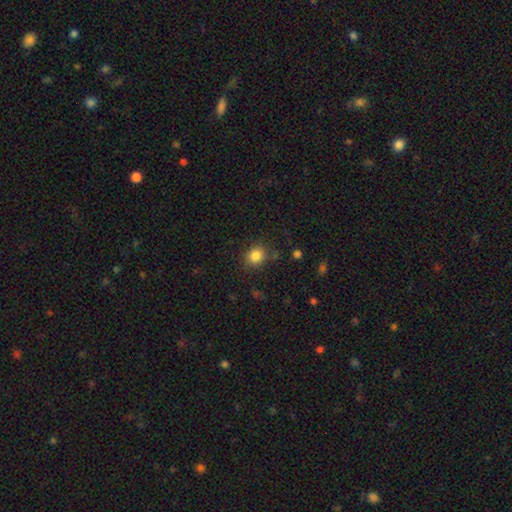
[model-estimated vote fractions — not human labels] The model was most divided on "how rounded": round: 65%, in between: 34%, cigar-shaped: 1%. More confident: smooth or featured — smooth (84%); merging — none (79%).